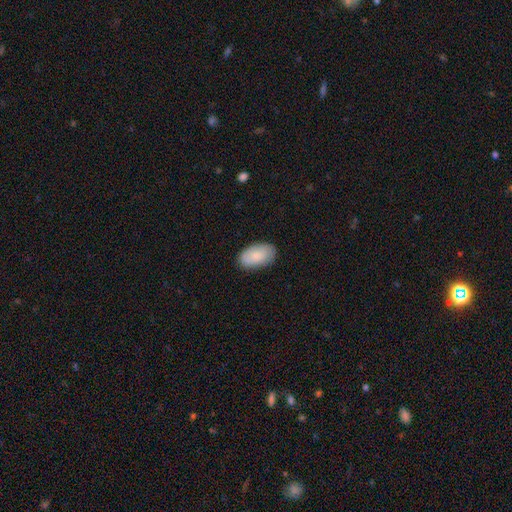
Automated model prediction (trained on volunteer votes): A smooth galaxy with no disk features (81%) that is in between round and cigar-shaped (95%).

Vote fractions:
- Smooth or featured? smooth: 81% / featured or disk: 13% / star or artifact: 6%
- How rounded? in between: 95% / round: 4% / cigar-shaped: 1%
- Merging? none: 81% / minor disturbance: 15% / major disturbance: 3% / merger: 1%